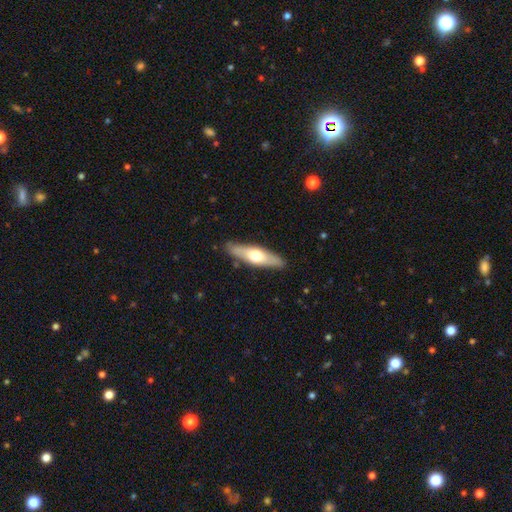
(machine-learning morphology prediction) Smooth or featured: smooth — 51% (featured or disk — 44%)
How rounded: cigar-shaped — 62% (in between — 36%)
Merging: none — 86% (minor disturbance — 10%)